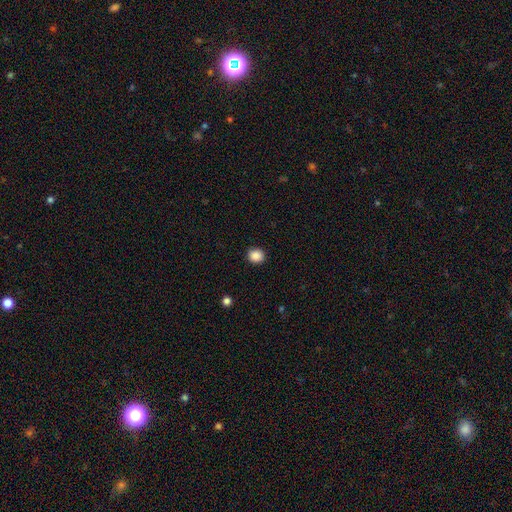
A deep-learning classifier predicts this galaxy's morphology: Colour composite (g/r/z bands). It shows a smooth galaxy with no disk features (88%) that is round (81%). Merging: none (91%).